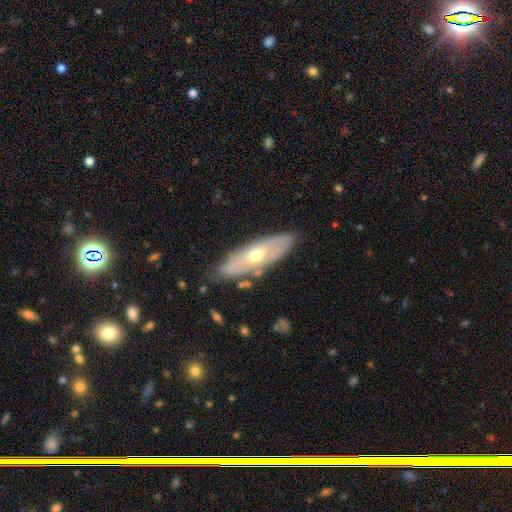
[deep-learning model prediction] Smooth or featured: featured or disk — 67% (smooth — 27%)
Edge-on disk: no — 70% (yes — 30%)
Merging: none — 78% (minor disturbance — 16%)